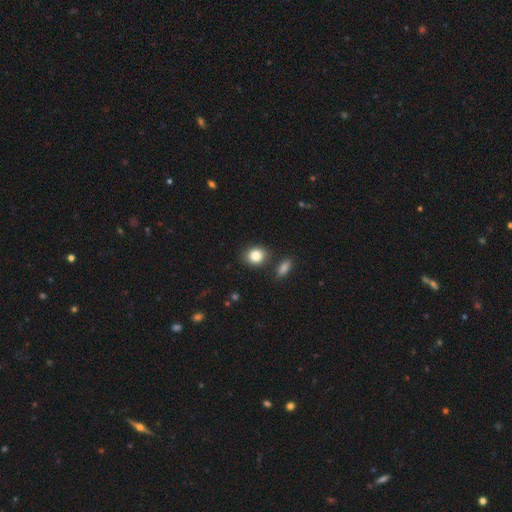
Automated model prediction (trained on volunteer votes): smooth 85%, star or artifact 9%, featured or disk 6%. Down the decision tree: how rounded — round (60%); merging — none (80%).